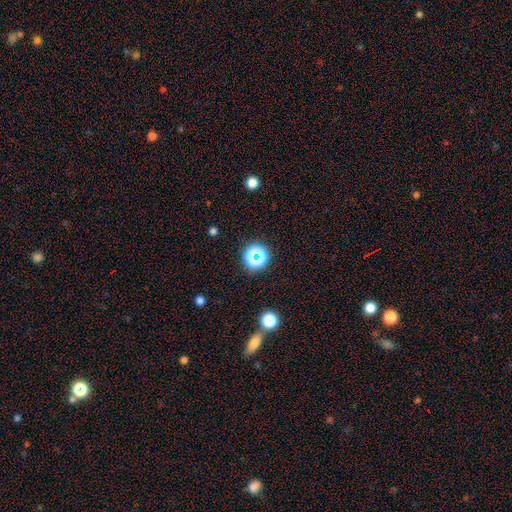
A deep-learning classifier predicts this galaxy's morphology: type=star or artifact (56%).